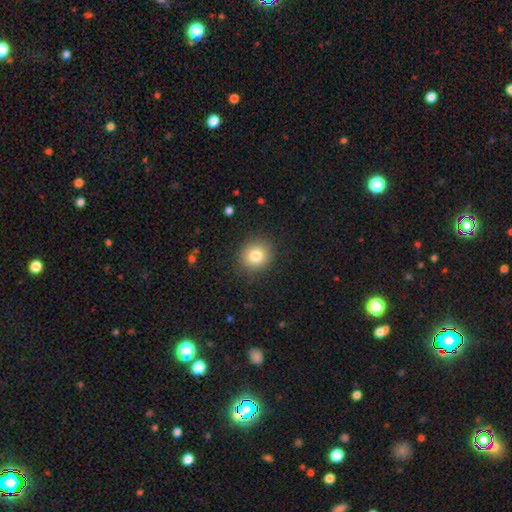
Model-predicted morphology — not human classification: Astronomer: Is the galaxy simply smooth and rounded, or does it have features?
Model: smooth — 80%.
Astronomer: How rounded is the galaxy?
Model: round — 85%.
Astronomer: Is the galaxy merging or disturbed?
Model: none — 88%.